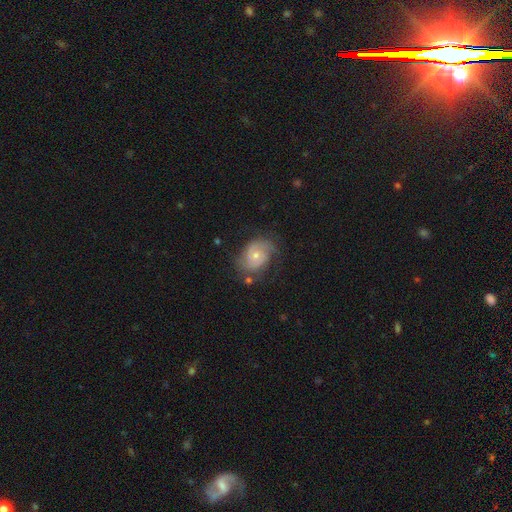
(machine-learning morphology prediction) The model was most divided on "bulge size": small: 53%, moderate: 43%, large: 2%, none: 1%, dominant: 1%. Remaining: edge-on disk — no (98%); spiral arms — yes (91%); smooth or featured — featured or disk (74%); bar — no (72%); merging — none (63%); spiral arm count — 2 (58%); spiral winding — tight (48%).